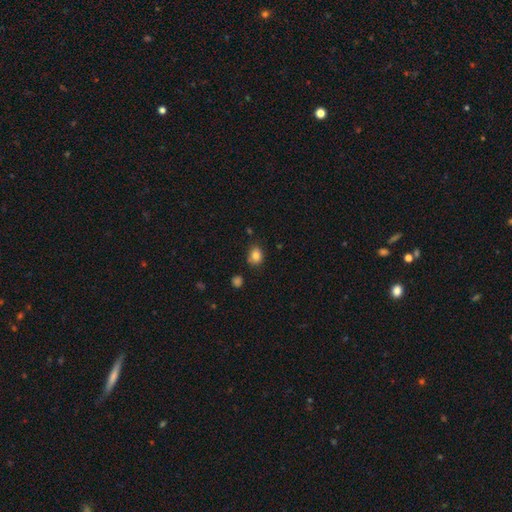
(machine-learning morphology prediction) type=smooth (83%); roundness=round (51%); merging=none (78%).